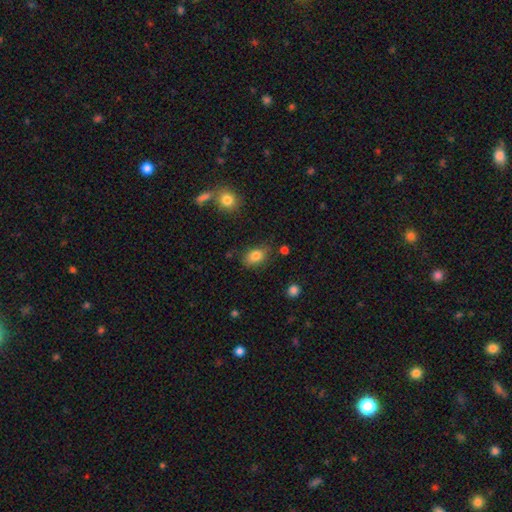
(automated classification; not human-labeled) This is clearly a smooth galaxy (83%). How rounded: clearly in between (83%). Merging: likely none (75%).